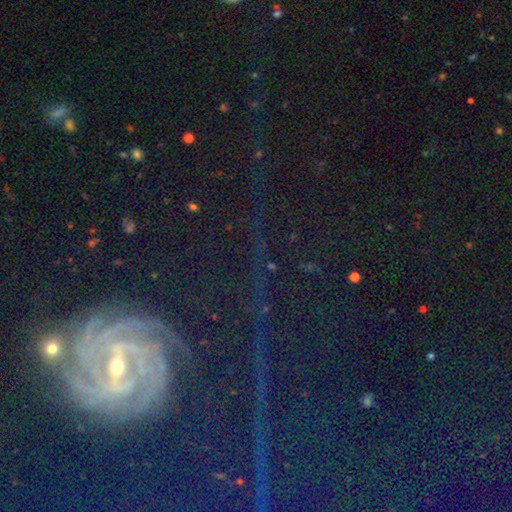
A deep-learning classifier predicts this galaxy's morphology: Smooth or featured: star or artifact — 53% (featured or disk — 29%)